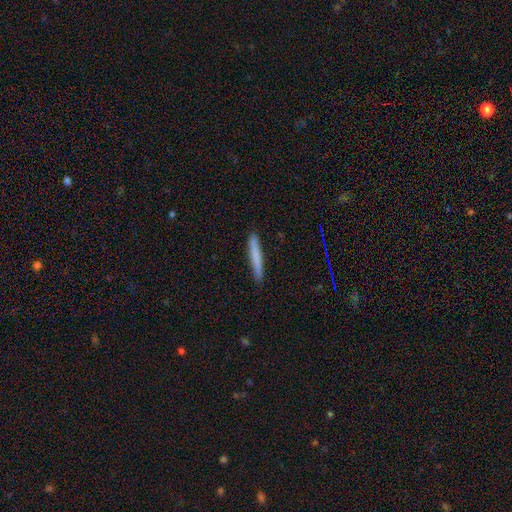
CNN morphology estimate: Smooth or featured? smooth (73%)
How rounded? cigar-shaped (96%)
Merging? none (91%)